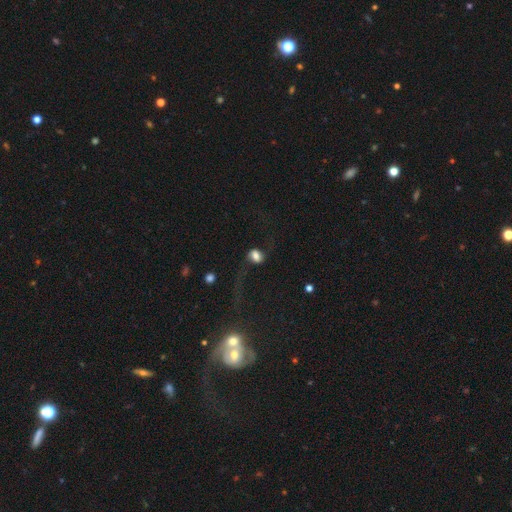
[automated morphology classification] This appears to be a smooth galaxy with no disk features (51%) that is in between round and cigar-shaped (68%). Merging: none (50%).